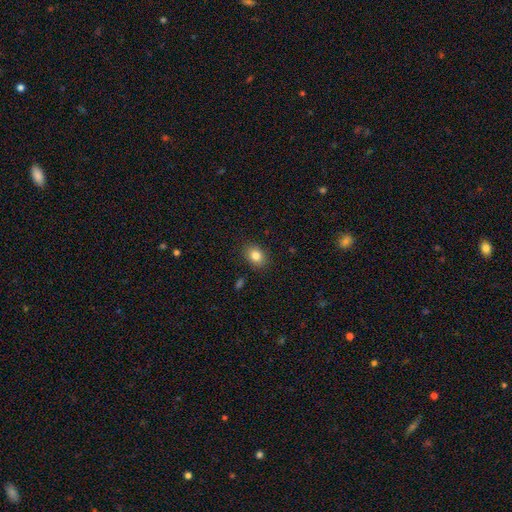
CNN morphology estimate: A smooth galaxy with no disk features (83%) that is in between round and cigar-shaped (59%).

Vote fractions:
- Smooth or featured? smooth: 83% / star or artifact: 10% / featured or disk: 8%
- How rounded? in between: 59% / round: 40% / cigar-shaped: 1%
- Merging? none: 88% / minor disturbance: 9% / major disturbance: 2% / merger: 1%